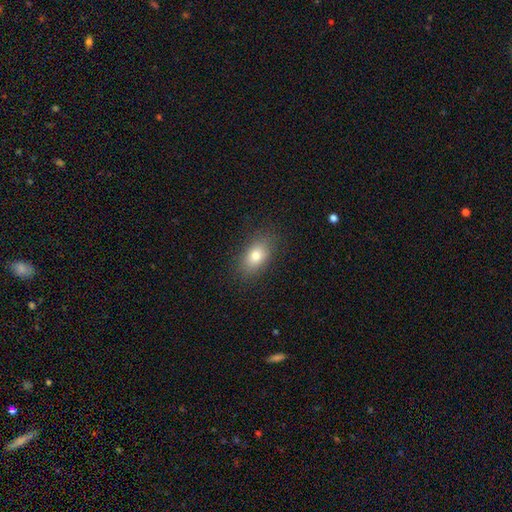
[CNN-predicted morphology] This appears to be a smooth galaxy with no disk features (78%) that is in between round and cigar-shaped (83%). Merging: none (85%).